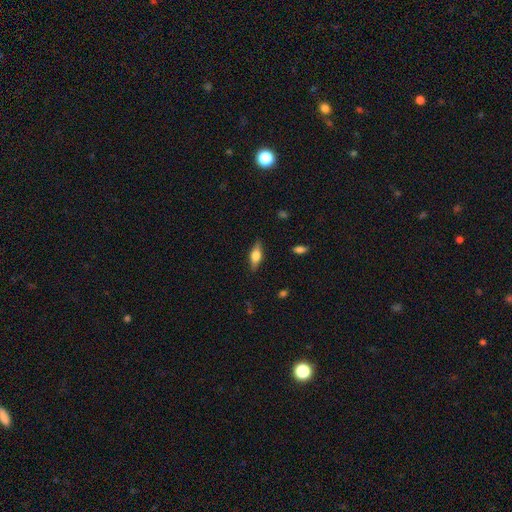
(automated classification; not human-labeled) Smooth or featured? smooth (47%)
Merging? none (84%)